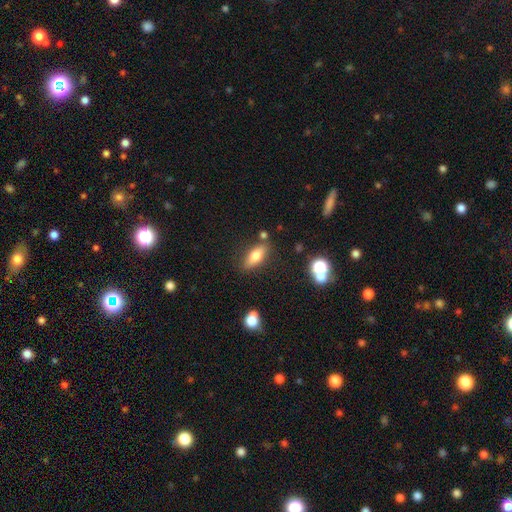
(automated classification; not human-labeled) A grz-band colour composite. It shows a smooth galaxy with no disk features (71%) that is in between round and cigar-shaped (69%). Merging: none (78%).